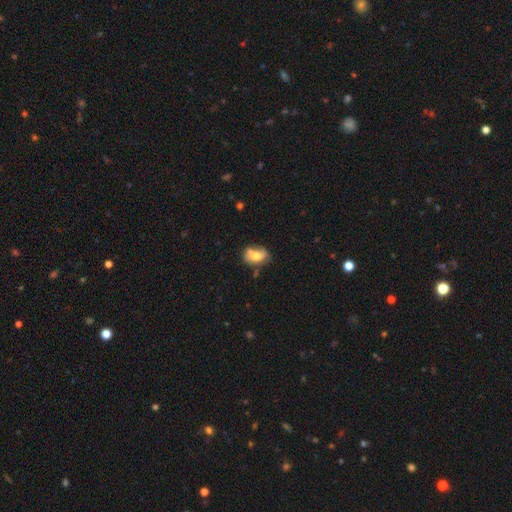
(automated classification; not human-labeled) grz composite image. It shows a smooth galaxy with no disk features (59%) that is in between round and cigar-shaped (75%). Merging: none (41%).